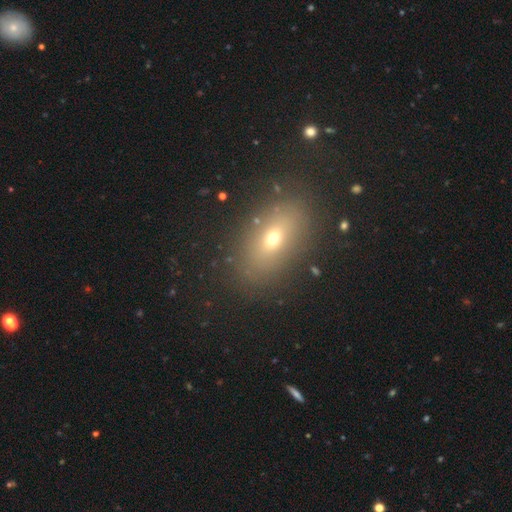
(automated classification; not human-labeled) Smooth or featured?
  - smooth: 59% *
  - star or artifact: 21%
  - featured or disk: 20%
How rounded?
  - in between: 78% *
  - round: 15%
  - cigar-shaped: 7%
Merging?
  - none: 85% *
  - minor disturbance: 9%
  - major disturbance: 4%
  - merger: 2%